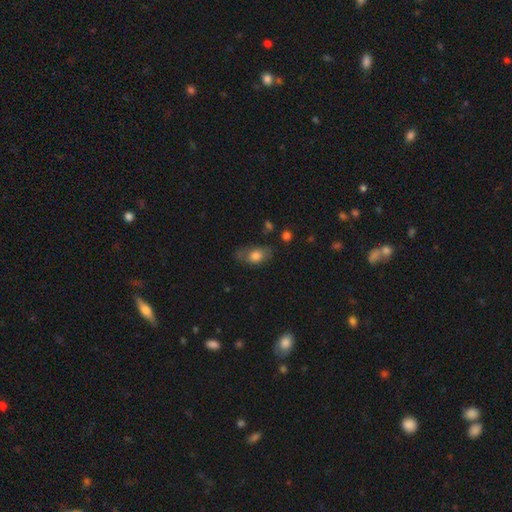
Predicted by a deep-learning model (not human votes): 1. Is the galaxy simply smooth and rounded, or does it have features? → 75% smooth, 16% featured or disk, 8% star or artifact.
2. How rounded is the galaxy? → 83% in between, 15% round, 3% cigar-shaped.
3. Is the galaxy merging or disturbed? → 58% none, 27% minor disturbance, 10% major disturbance, 4% merger.